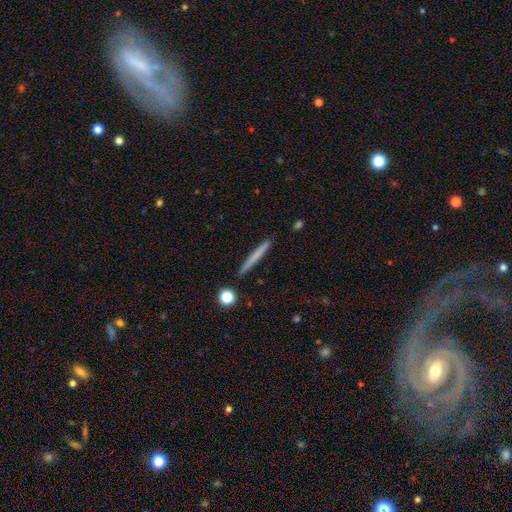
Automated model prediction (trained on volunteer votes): Smooth or featured? smooth (66%)
How rounded? cigar-shaped (97%)
Merging? none (91%)